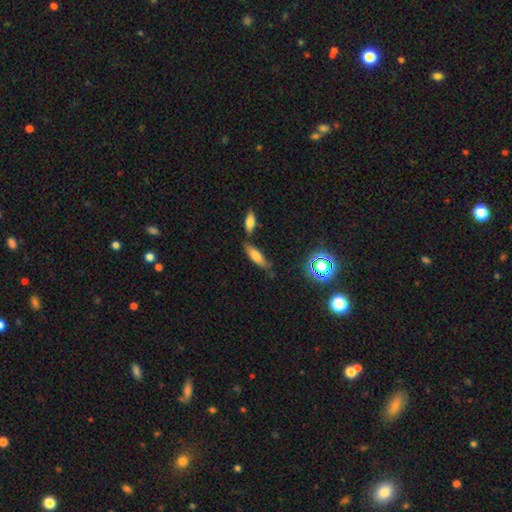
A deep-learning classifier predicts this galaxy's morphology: The model was most divided on "how rounded": in between: 49%, cigar-shaped: 47%, round: 3%. More confident: smooth or featured — smooth (68%); merging — none (64%).